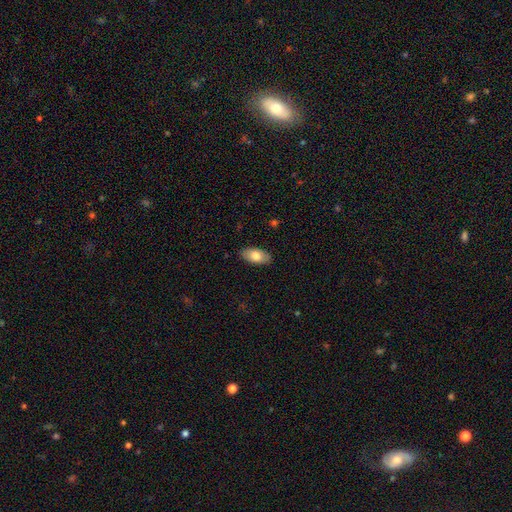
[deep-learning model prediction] Smooth or featured? Predicted: smooth (p=0.78). How rounded? Predicted: in between (p=0.94). Merging? Predicted: none (p=0.88).